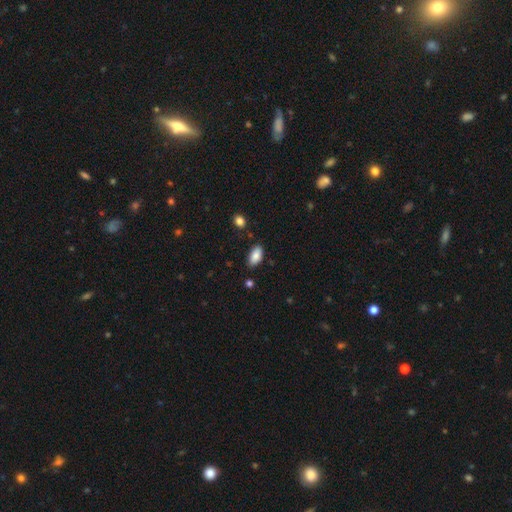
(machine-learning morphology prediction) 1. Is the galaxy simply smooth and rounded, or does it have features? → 87% smooth, 7% star or artifact, 6% featured or disk.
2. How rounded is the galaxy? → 93% in between, 4% cigar-shaped, 3% round.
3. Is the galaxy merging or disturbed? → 83% none, 12% minor disturbance, 2% major disturbance, 2% merger.